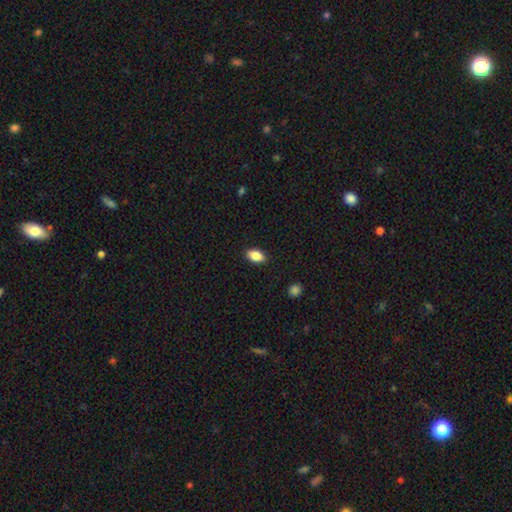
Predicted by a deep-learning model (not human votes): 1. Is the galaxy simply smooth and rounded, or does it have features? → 86% smooth, 8% star or artifact, 7% featured or disk.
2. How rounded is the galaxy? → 91% in between, 7% round, 3% cigar-shaped.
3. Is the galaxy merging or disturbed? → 89% none, 8% minor disturbance, 2% major disturbance, 1% merger.